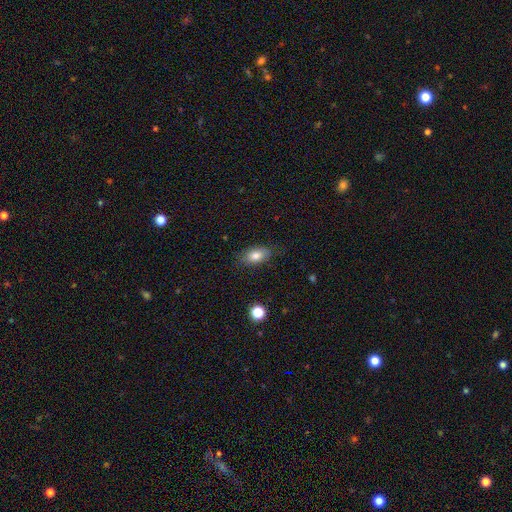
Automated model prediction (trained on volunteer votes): Smooth or featured? smooth (80%)
How rounded? in between (87%)
Merging? none (81%)